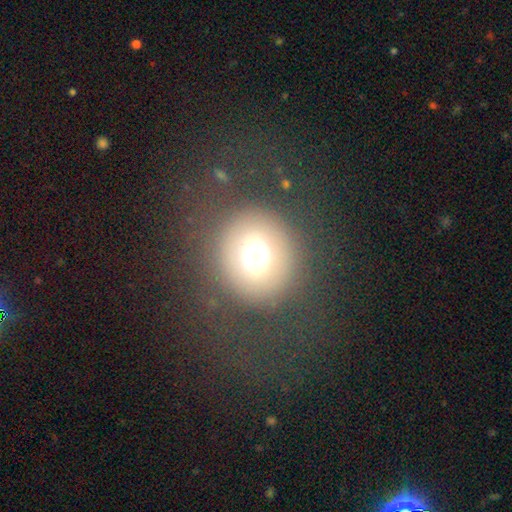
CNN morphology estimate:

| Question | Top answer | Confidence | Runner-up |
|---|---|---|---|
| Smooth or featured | smooth | 65% | star or artifact (18%) |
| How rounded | round | 84% | in between (15%) |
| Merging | none | 71% | minor disturbance (13%) |